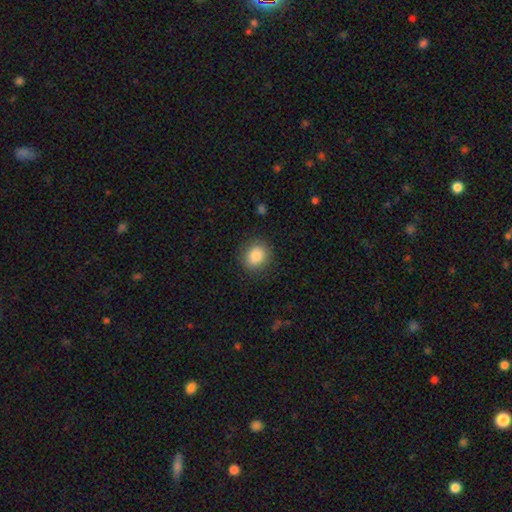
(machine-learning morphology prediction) Overall: smooth (87%). How rounded: round (74%). Merging: none (87%).